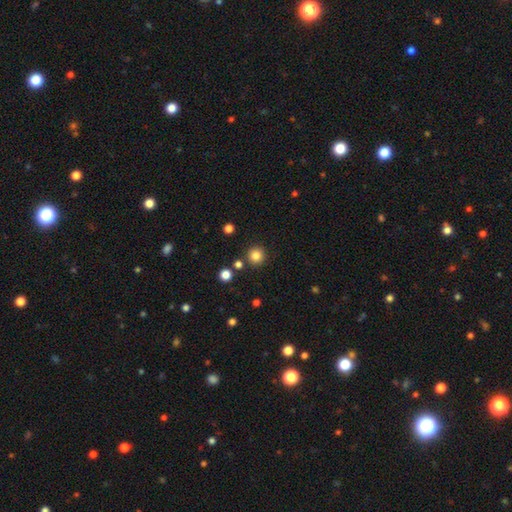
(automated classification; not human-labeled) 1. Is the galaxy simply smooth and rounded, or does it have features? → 84% smooth, 12% star or artifact, 4% featured or disk.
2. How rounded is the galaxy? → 95% round, 4% in between, 1% cigar-shaped.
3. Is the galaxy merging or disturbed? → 88% none, 6% minor disturbance, 4% merger, 2% major disturbance.